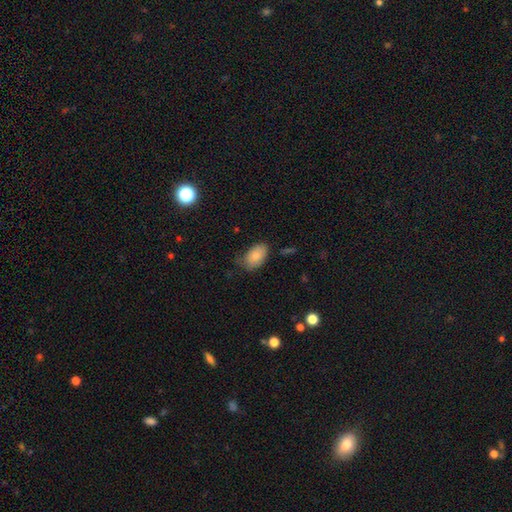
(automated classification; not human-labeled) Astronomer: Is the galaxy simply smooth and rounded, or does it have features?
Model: smooth — 82%.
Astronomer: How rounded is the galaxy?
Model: in between — 91%.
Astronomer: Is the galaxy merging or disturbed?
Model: none — 59%.